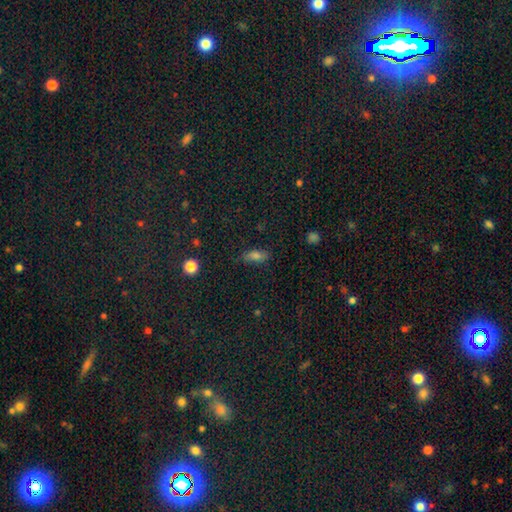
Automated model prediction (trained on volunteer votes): This appears to be a smooth galaxy with no disk features (72%) that is in between round and cigar-shaped (72%). Merging: none (79%).